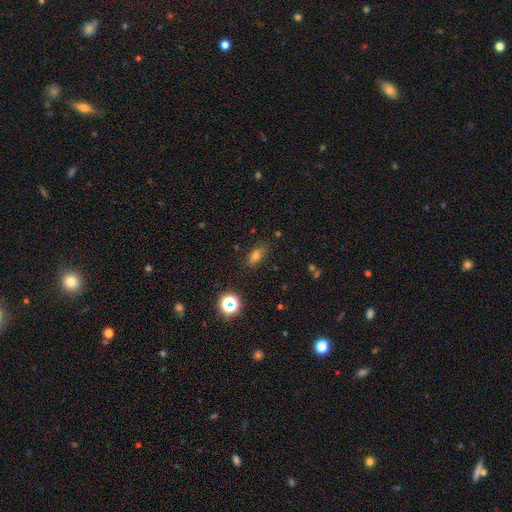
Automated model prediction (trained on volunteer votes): This is likely a smooth galaxy (65%). How rounded: likely in between (70%). Merging: clearly none (81%).